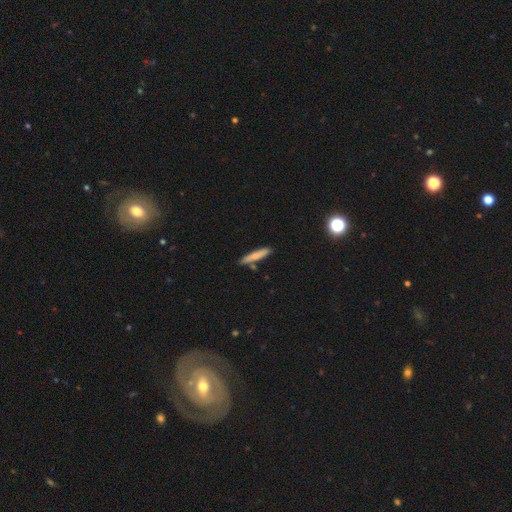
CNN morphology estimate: A smooth galaxy with no disk features (71%) that is cigar-shaped (90%). Merging: none (79%).